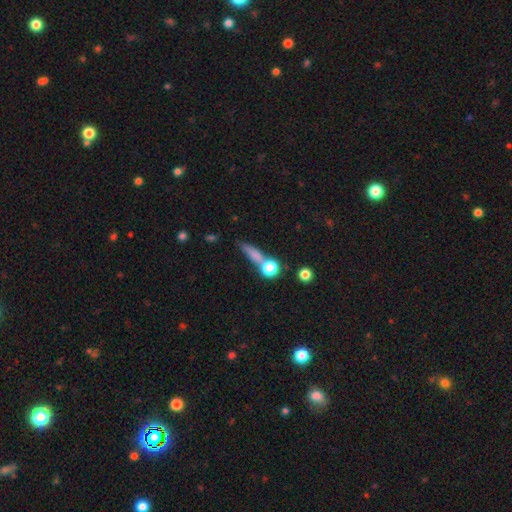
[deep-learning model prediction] A smooth galaxy with no disk features (68%) that is cigar-shaped (47%). Merging: none (53%).